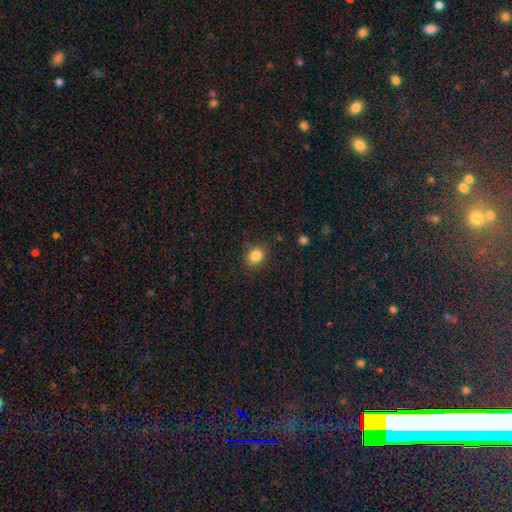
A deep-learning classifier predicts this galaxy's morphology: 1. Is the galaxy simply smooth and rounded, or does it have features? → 84% smooth, 11% star or artifact, 5% featured or disk.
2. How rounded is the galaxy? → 70% round, 29% in between, 1% cigar-shaped.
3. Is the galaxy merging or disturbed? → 85% none, 10% minor disturbance, 3% major disturbance, 2% merger.